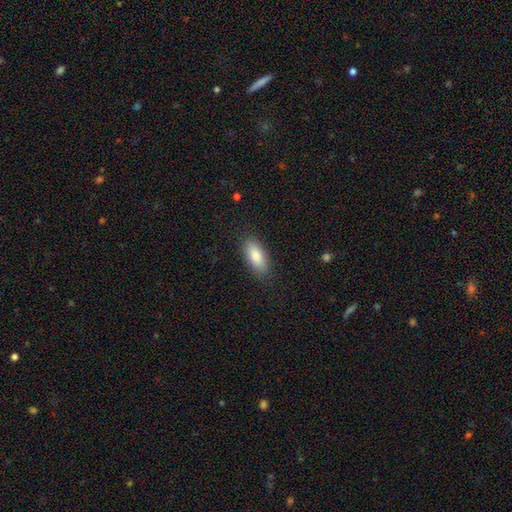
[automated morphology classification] Q: Smooth or featured?
A: smooth (85%); runner-up: featured or disk (9%)
Q: How rounded?
A: in between (83%); runner-up: cigar-shaped (15%)
Q: Merging?
A: none (85%); runner-up: minor disturbance (11%)